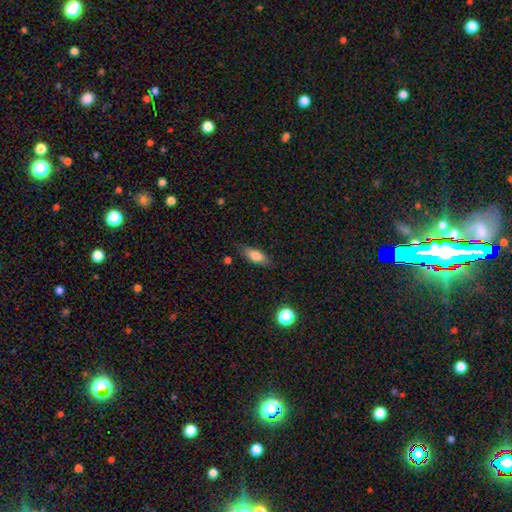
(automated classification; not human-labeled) Smooth or featured? Predicted: smooth (p=0.75). How rounded? Predicted: in between (p=0.70). Merging? Predicted: none (p=0.78).